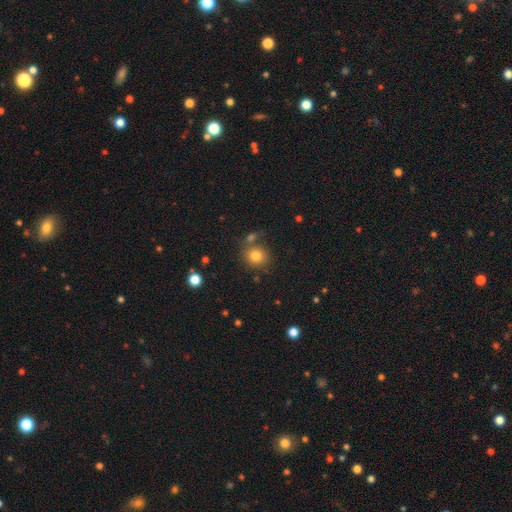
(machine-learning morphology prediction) smooth 80%, star or artifact 12%, featured or disk 8%. Down the decision tree: how rounded — round (84%); merging — none (71%).